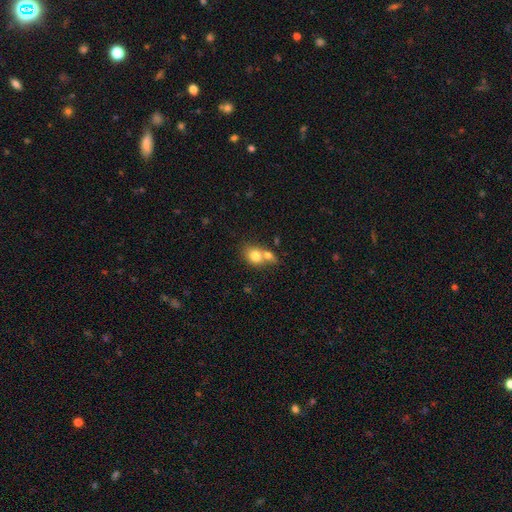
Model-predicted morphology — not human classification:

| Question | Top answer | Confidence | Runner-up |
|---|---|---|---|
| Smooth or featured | smooth | 77% | featured or disk (14%) |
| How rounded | round | 53% | in between (45%) |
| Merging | merger | 58% | none (30%) |